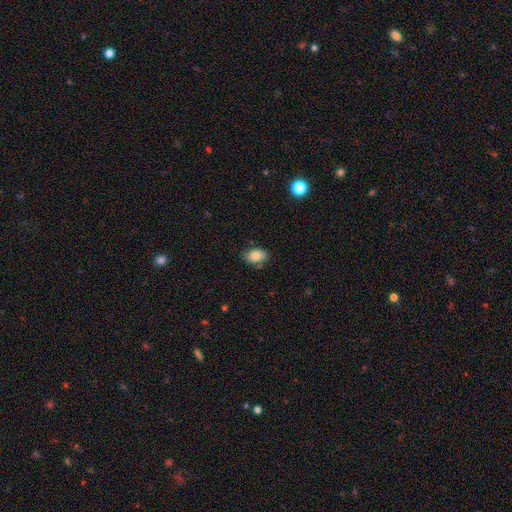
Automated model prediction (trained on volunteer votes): smooth-or-featured: smooth: 81% | featured or disk: 11% | star or artifact: 8%
  how-rounded: in between: 87% | round: 12% | cigar-shaped: 1%
  merging: none: 70% | minor disturbance: 22% | major disturbance: 4% | merger: 4%